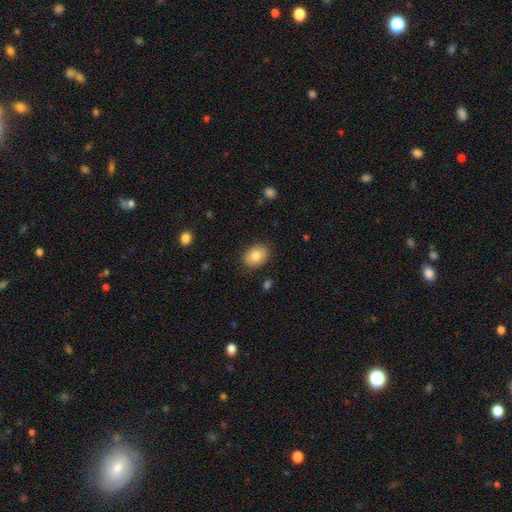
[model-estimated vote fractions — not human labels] A smooth galaxy with no disk features (81%) that is in between round and cigar-shaped (67%).

Vote fractions:
- Smooth or featured? smooth: 81% / featured or disk: 11% / star or artifact: 8%
- How rounded? in between: 67% / round: 32% / cigar-shaped: 1%
- Merging? none: 87% / minor disturbance: 10% / major disturbance: 2% / merger: 1%